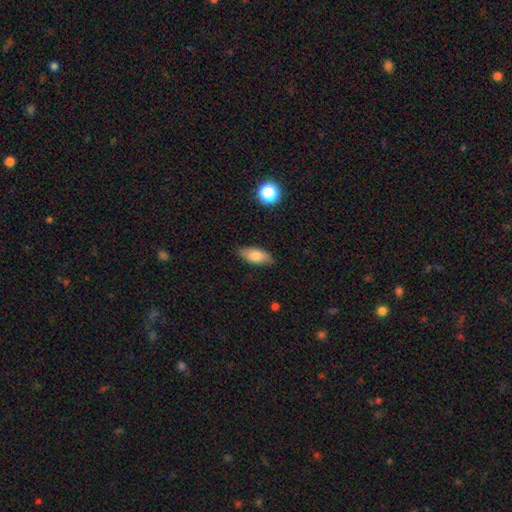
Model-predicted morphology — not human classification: type=smooth (79%); roundness=in between (83%); merging=none (85%).